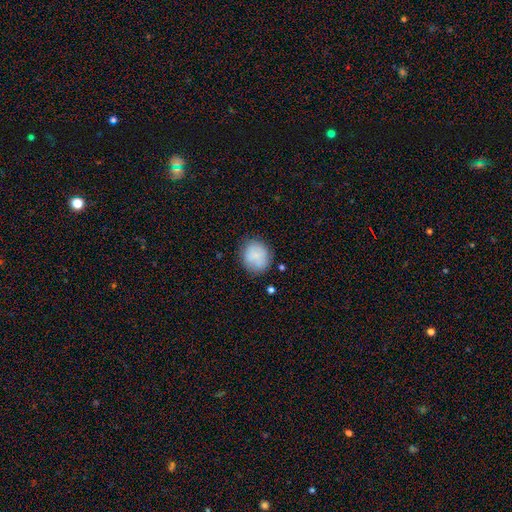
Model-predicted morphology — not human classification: Overall: smooth (80%). How rounded: round (74%). Merging: none (76%).